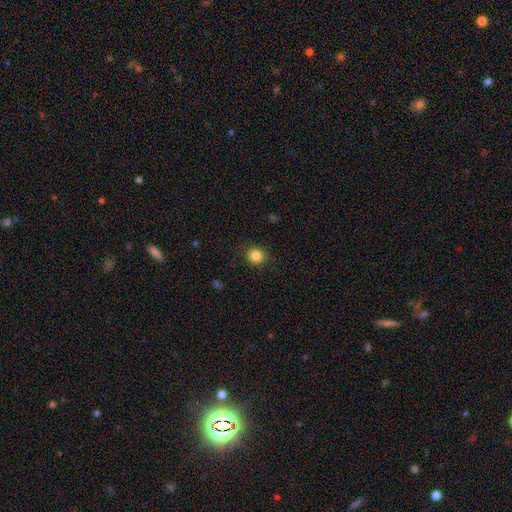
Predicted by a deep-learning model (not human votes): This is clearly a smooth galaxy (84%). How rounded: clearly round (85%). Merging: clearly none (88%).